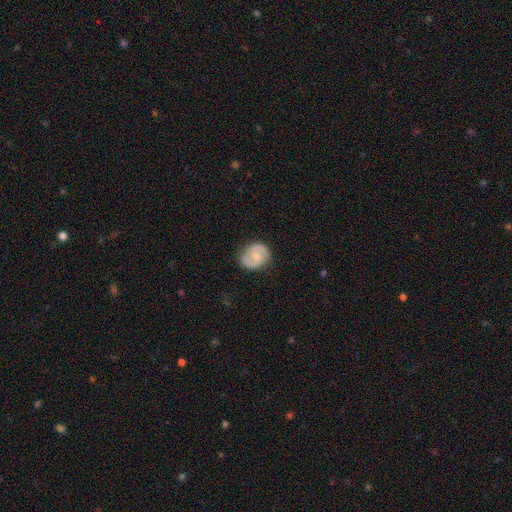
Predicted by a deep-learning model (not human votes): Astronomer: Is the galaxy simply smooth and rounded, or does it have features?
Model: featured or disk — 57% (runner-up: smooth, 37%).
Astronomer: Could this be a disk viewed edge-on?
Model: no — 97%.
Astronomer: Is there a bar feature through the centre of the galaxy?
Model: no — 59% (runner-up: weak, 34%).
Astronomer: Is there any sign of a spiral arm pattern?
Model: yes — 75%.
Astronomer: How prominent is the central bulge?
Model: moderate — 54% (runner-up: small, 42%).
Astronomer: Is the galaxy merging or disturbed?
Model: none — 79%.